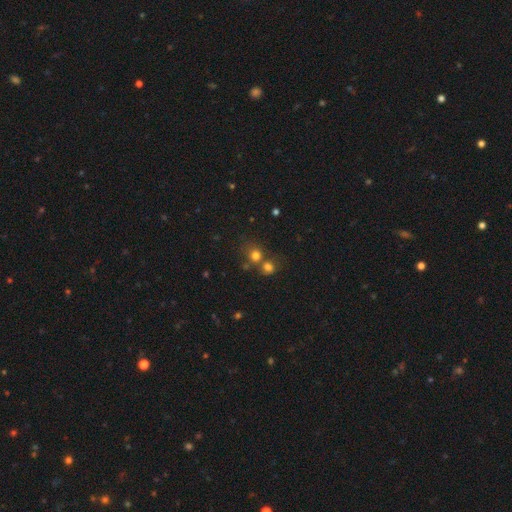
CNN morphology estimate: type=smooth (73%); roundness=round (83%); merging=none (51%).